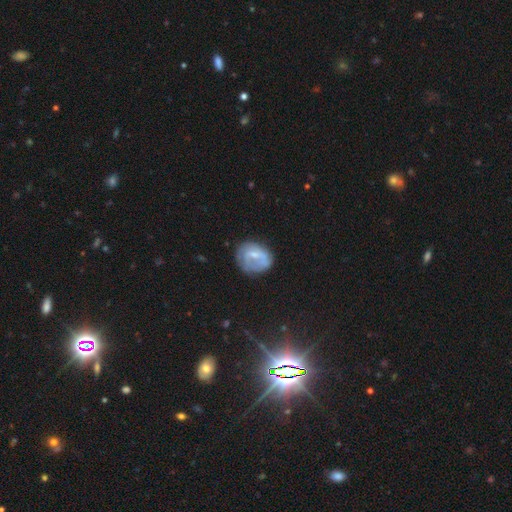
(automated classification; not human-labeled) Smooth or featured? Predicted: smooth (p=0.47). Merging? Predicted: none (p=0.55).